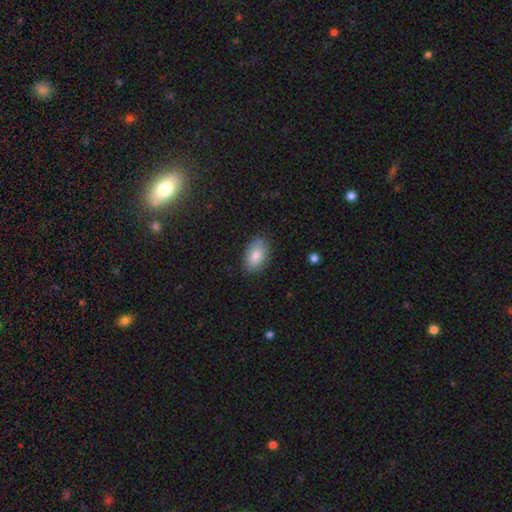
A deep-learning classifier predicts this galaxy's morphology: smooth_or_featured: smooth (p=0.83) [alt: featured or disk p=0.10]
how_rounded: in between (p=0.92) [alt: round p=0.06]
merging: none (p=0.83) [alt: minor disturbance p=0.13]